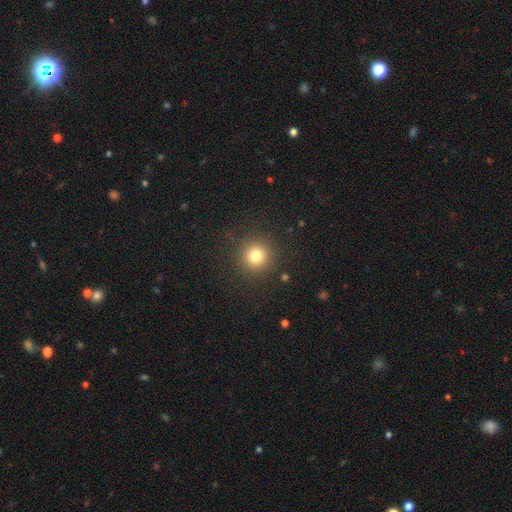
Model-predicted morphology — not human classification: Overall: smooth (79%). How rounded: round (95%). Merging: none (90%).